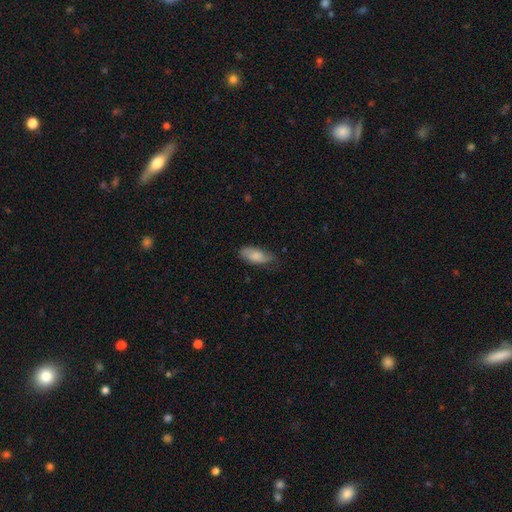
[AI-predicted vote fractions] The model was most divided on "merging": none: 64%, minor disturbance: 28%, major disturbance: 6%, merger: 1%. More confident: how rounded — in between (84%); smooth or featured — smooth (79%).